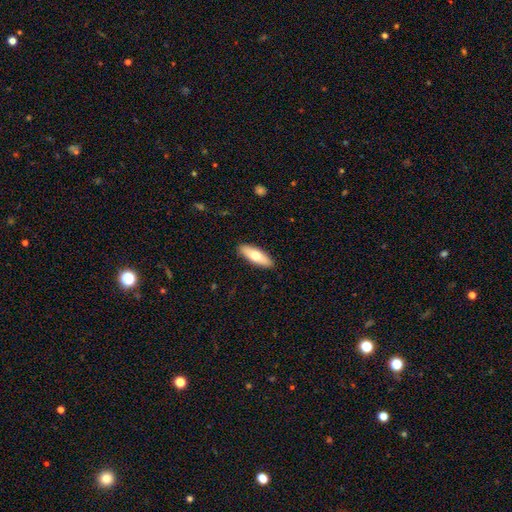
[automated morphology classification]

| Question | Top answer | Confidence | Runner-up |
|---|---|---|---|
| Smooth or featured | smooth | 66% | featured or disk (28%) |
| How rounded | in between | 56% | cigar-shaped (41%) |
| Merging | none | 90% | minor disturbance (7%) |